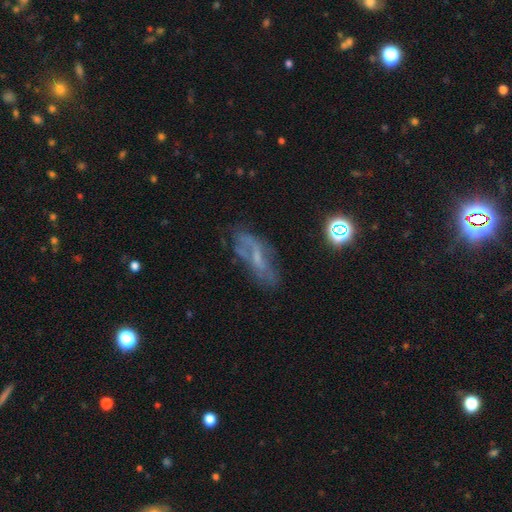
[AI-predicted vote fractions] A featured or disk galaxy (57%). Merging: none (60%).